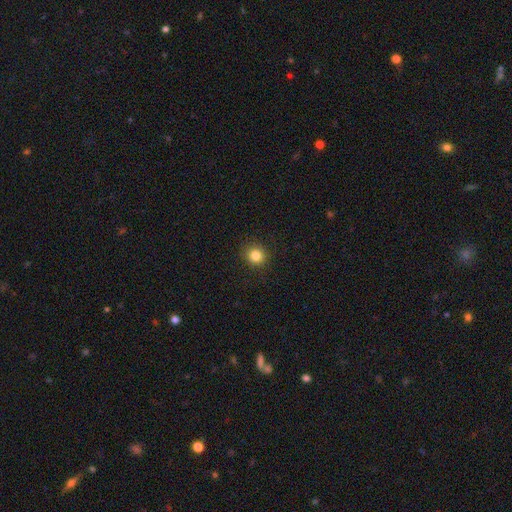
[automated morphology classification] A smooth galaxy with no disk features (84%) that is round (89%). Merging: none (91%).